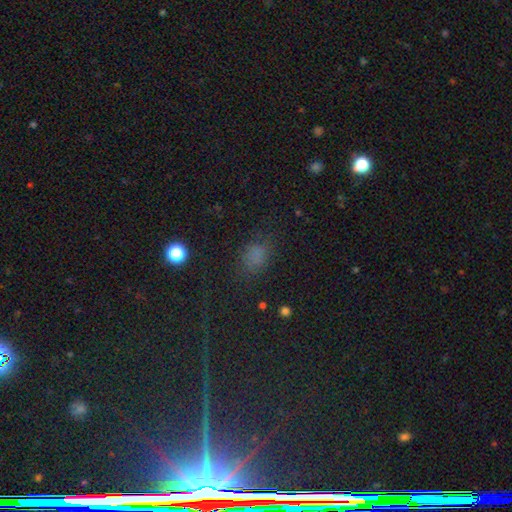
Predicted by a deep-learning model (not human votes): Overall: smooth (67%). How rounded: in between (64%; round 33%). Merging: none (71%).